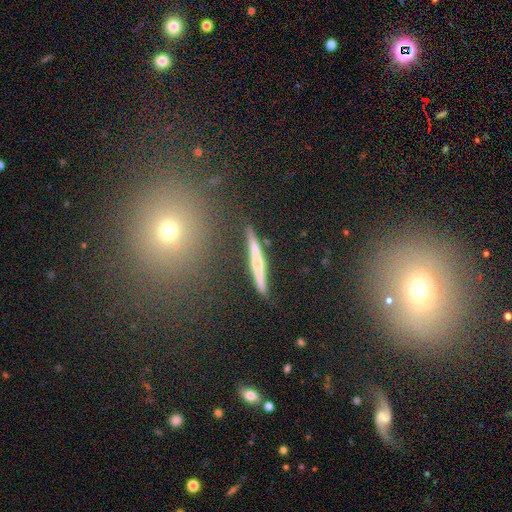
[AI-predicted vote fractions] Smooth or featured? featured or disk (54%)
Edge-on disk? yes (92%)
Merging? none (86%)